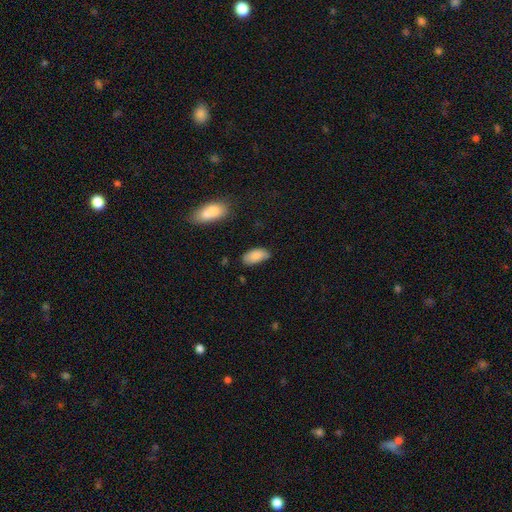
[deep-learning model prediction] Q: Smooth or featured?
A: smooth (85%); runner-up: star or artifact (7%)
Q: How rounded?
A: in between (93%); runner-up: cigar-shaped (4%)
Q: Merging?
A: none (64%); runner-up: minor disturbance (28%)